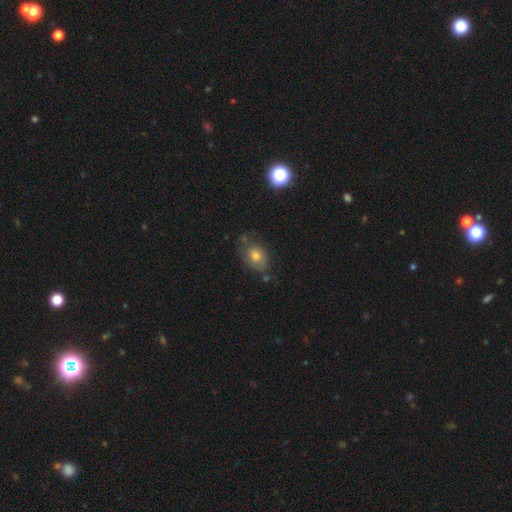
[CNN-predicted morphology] smooth 67%, featured or disk 20%, star or artifact 13%. Down the decision tree: how rounded — in between (64%); merging — none (63%).